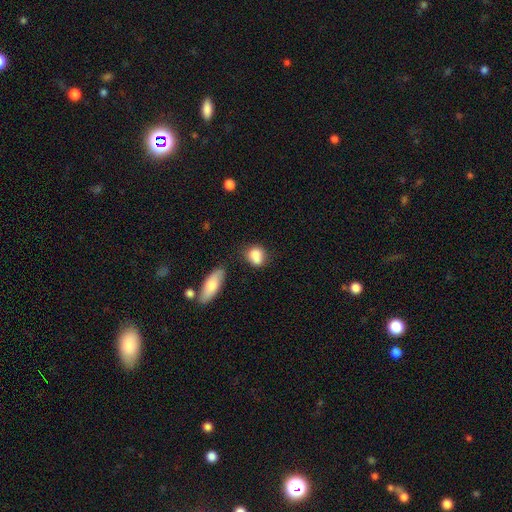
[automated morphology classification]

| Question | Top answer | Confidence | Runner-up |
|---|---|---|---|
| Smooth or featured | smooth | 80% | featured or disk (11%) |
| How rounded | round | 50% | in between (47%) |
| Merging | none | 47% | merger (27%) |